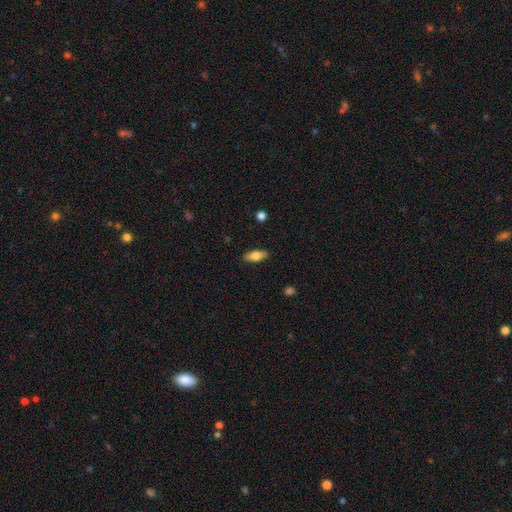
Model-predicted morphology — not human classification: Smooth or featured? Predicted: smooth (p=0.74). How rounded? Predicted: in between (p=0.75). Merging? Predicted: none (p=0.88).